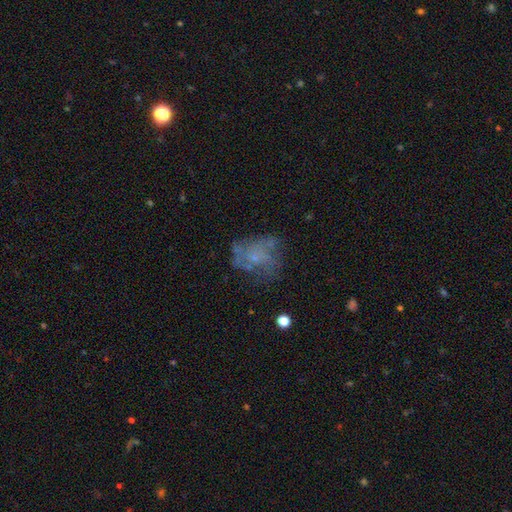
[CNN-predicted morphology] featured or disk 56%, smooth 27%, star or artifact 16%. Down the decision tree: edge-on disk — no (98%); bar — no (85%); spiral arms — no (55%); bulge size — small (57%); merging — none (52%).